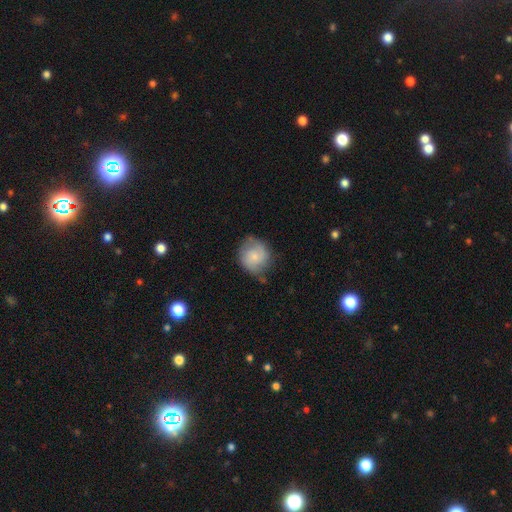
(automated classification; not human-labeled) This appears to be a smooth galaxy with no disk features (61%) that is round (84%). Merging: none (62%).